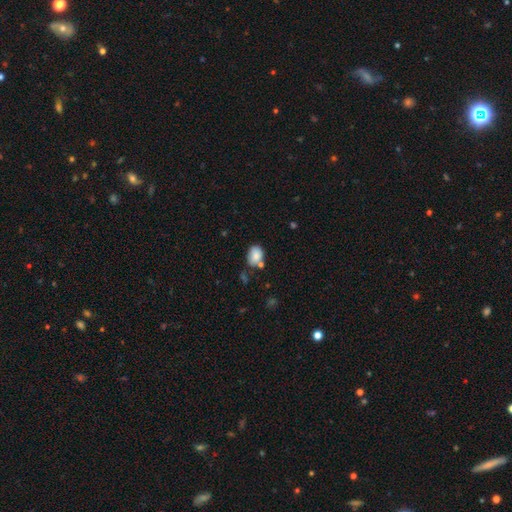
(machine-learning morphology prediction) Overall: smooth (82%). How rounded: in between (67%; round 32%). Merging: none (57%; minor disturbance 23%).